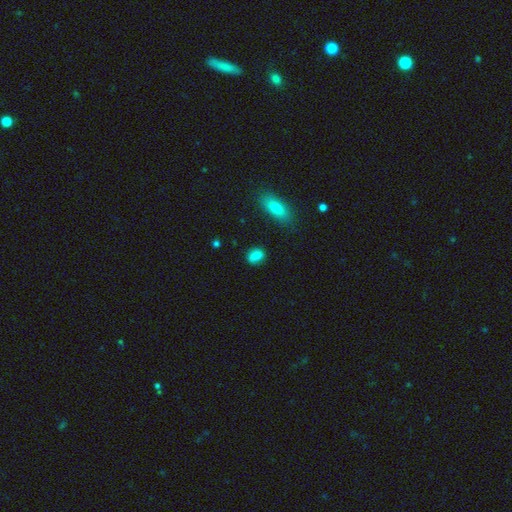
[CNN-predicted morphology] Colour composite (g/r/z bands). It shows a smooth galaxy with no disk features (84%) that is in between round and cigar-shaped (69%). Merging: none (78%).